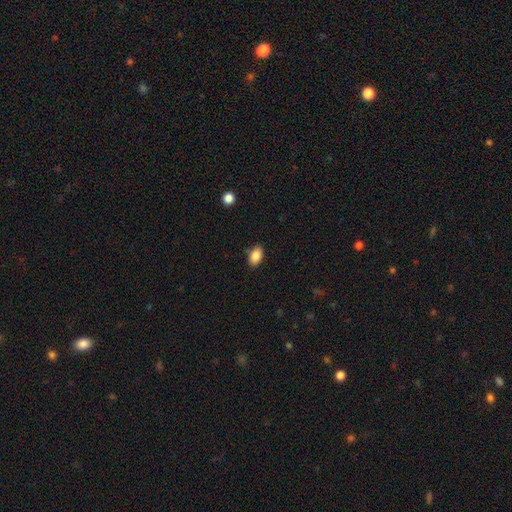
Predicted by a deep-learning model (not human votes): smooth_or_featured: smooth (p=0.86) [alt: star or artifact p=0.08]
how_rounded: in between (p=0.89) [alt: round p=0.09]
merging: none (p=0.86) [alt: minor disturbance p=0.11]